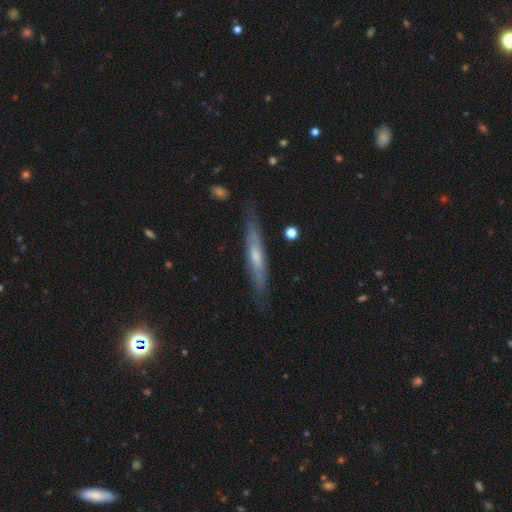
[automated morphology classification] type=featured or disk (57%); edge-on=yes (86%); merging=none (82%).